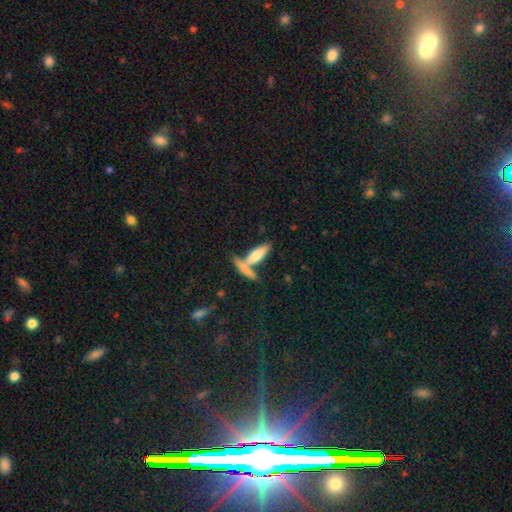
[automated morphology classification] smooth_or_featured: smooth (p=0.69) [alt: featured or disk p=0.24]
how_rounded: cigar-shaped (p=0.58) [alt: in between p=0.40]
merging: none (p=0.47) [alt: merger p=0.39]